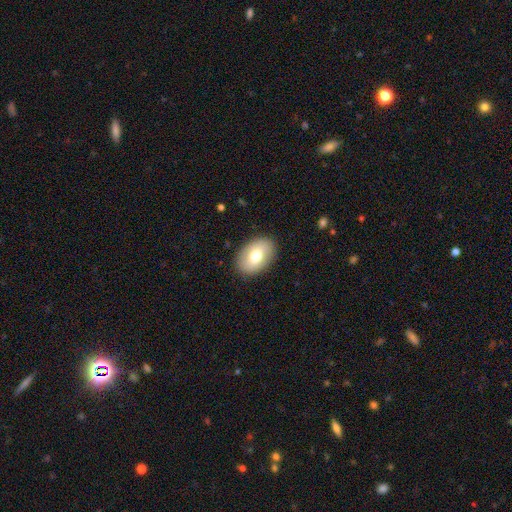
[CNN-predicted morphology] smooth-or-featured: smooth: 71% | featured or disk: 22% | star or artifact: 7%
  how-rounded: in between: 86% | round: 13% | cigar-shaped: 1%
  merging: none: 88% | minor disturbance: 8% | major disturbance: 2% | merger: 1%